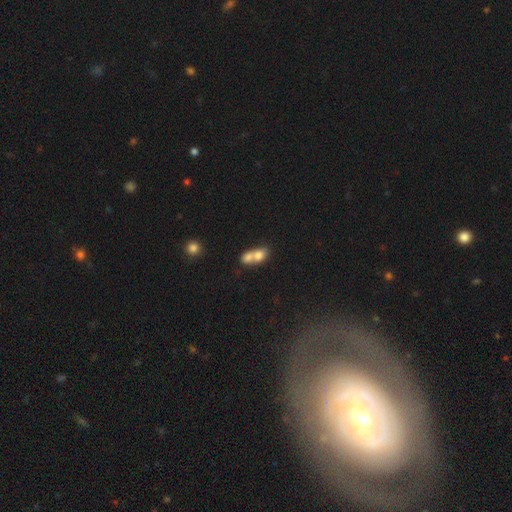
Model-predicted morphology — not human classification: Smooth or featured? Predicted: smooth (p=0.71). How rounded? Predicted: in between (p=0.63). Merging? Predicted: merger (p=0.76).